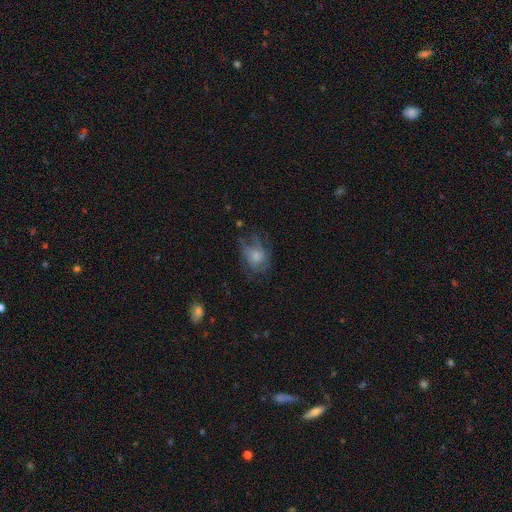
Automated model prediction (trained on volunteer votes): smooth 56%, featured or disk 34%, star or artifact 10%. Down the decision tree: how rounded — in between (60%); merging — none (45%).